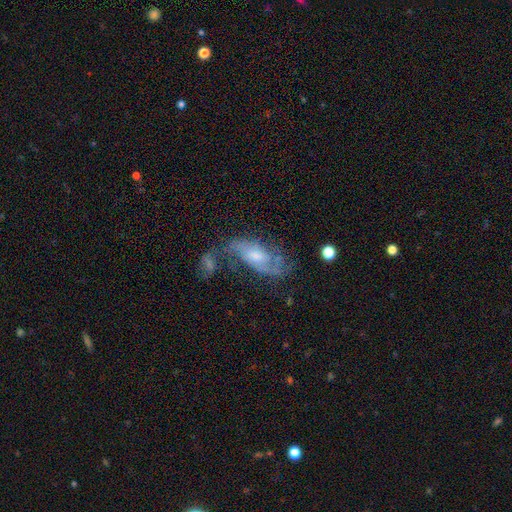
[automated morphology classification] featured or disk 80%, smooth 13%, star or artifact 7%. Down the decision tree: edge-on disk — no (93%); bar — no (51%); spiral arms — yes (92%); spiral arm count — 2 (72%); spiral winding — medium (46%); bulge size — moderate (50%); merging — none (45%).